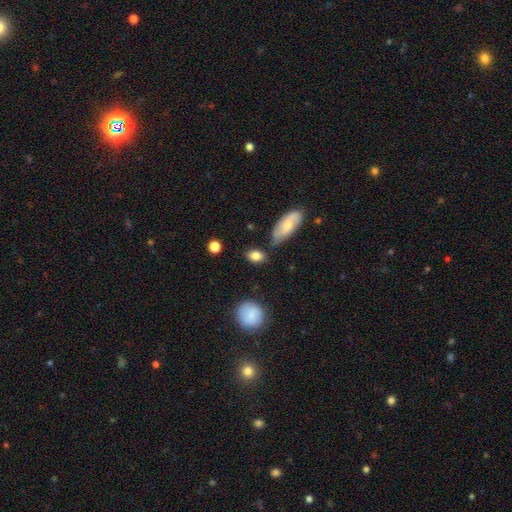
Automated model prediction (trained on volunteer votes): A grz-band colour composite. It shows a smooth galaxy with no disk features (82%) that is in between round and cigar-shaped (78%). Merging: none (69%).